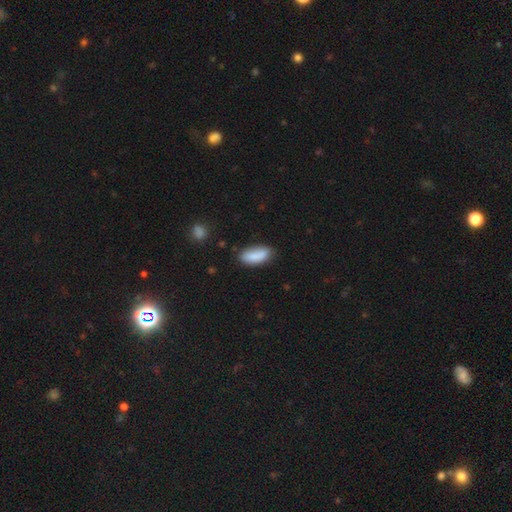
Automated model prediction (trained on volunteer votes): This is clearly a smooth galaxy (83%). How rounded: clearly in between (83%). Merging: likely none (69%).